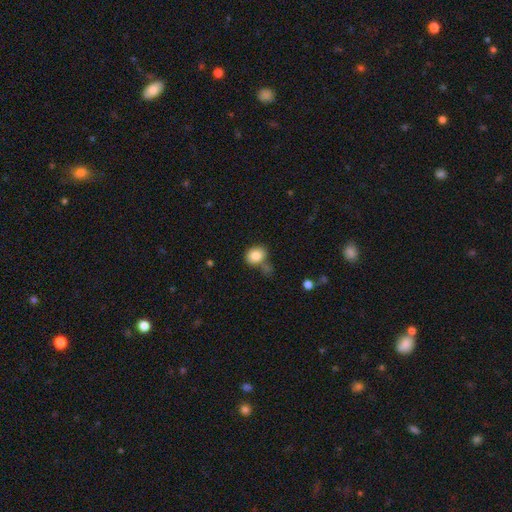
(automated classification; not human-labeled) Smooth or featured? Predicted: smooth (p=0.84). How rounded? Predicted: round (p=0.65). Merging? Predicted: none (p=0.65).